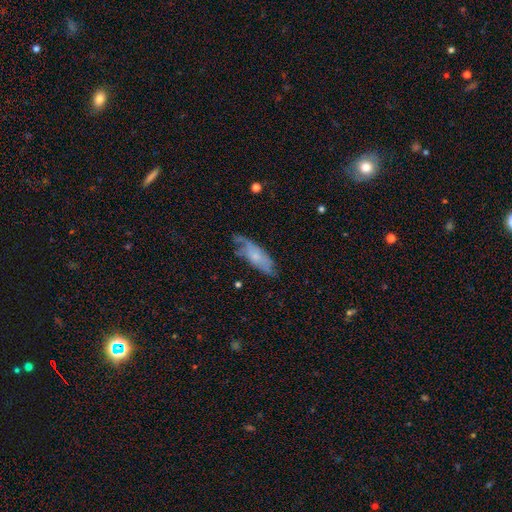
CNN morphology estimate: Smooth or featured? smooth (49%)
Merging? none (55%)